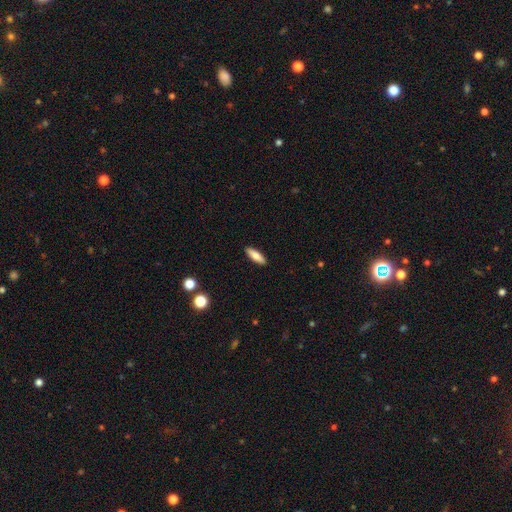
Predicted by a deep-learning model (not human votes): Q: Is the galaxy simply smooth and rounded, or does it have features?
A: smooth — 77%.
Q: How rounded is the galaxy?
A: cigar-shaped — 51%.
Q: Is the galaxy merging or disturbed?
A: none — 91%.